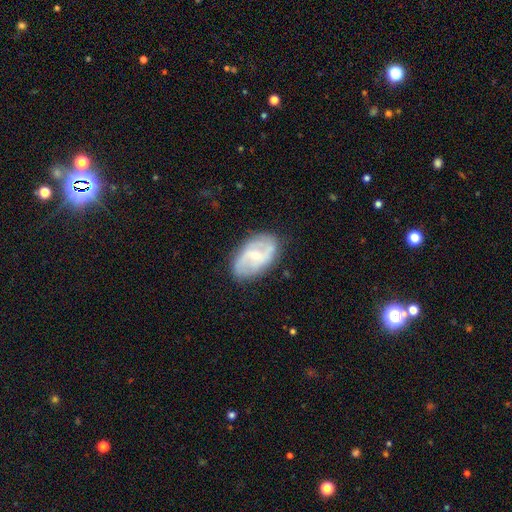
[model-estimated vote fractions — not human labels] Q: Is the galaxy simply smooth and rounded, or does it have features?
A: featured or disk — 69%.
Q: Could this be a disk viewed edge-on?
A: no — 95%.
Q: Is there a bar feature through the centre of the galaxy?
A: weak — 55%.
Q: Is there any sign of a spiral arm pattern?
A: yes — 84%.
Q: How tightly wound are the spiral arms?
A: loose — 41%.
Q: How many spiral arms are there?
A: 2 — 76%.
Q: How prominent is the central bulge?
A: small — 57%.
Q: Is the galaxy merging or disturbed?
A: none — 77%.